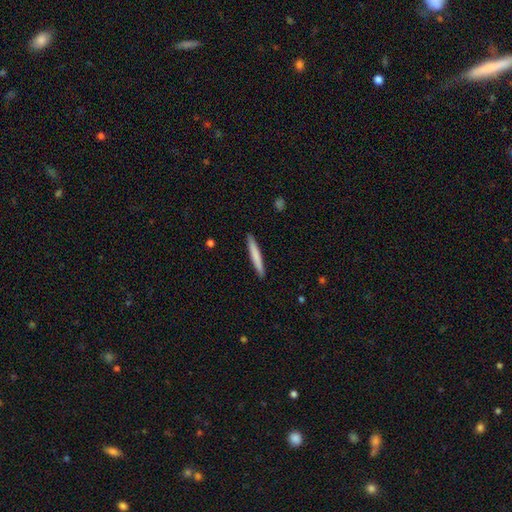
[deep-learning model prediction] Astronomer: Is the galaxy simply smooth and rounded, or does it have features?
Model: smooth — 75%.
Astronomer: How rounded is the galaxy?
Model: cigar-shaped — 96%.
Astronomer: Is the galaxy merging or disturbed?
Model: none — 92%.